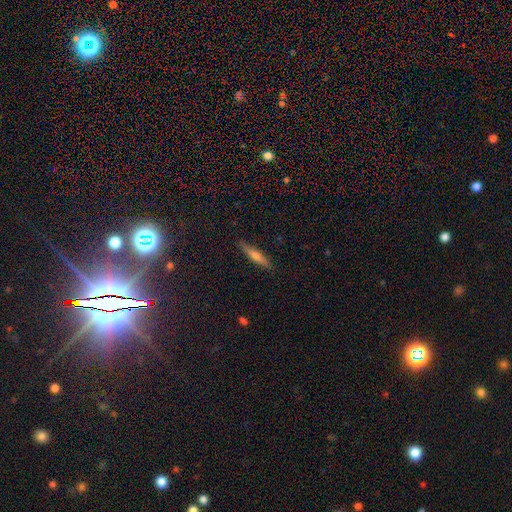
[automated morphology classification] smooth 51%, featured or disk 41%, star or artifact 8%. Down the decision tree: how rounded — cigar-shaped (88%); merging — none (88%).